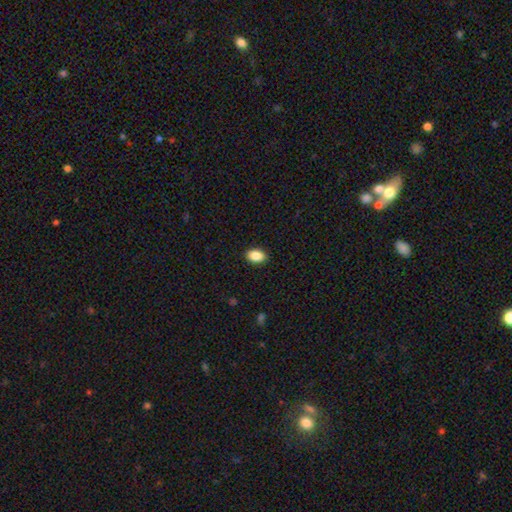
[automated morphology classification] smooth_or_featured: smooth (p=0.88) [alt: star or artifact p=0.08]
how_rounded: in between (p=0.86) [alt: round p=0.13]
merging: none (p=0.91) [alt: minor disturbance p=0.07]